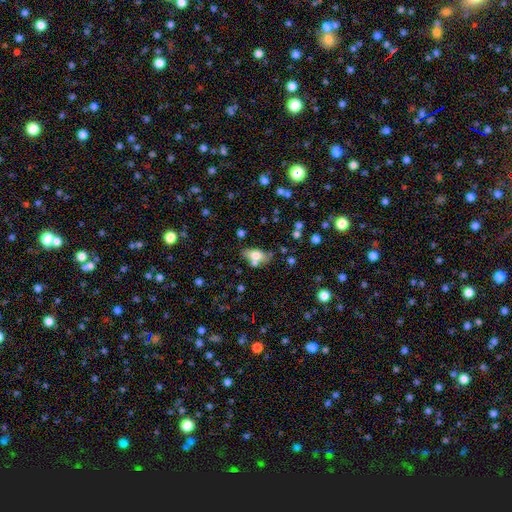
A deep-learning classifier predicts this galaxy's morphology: This appears to be a smooth galaxy with no disk features (72%) that is in between round and cigar-shaped (87%). Merging: none (57%).